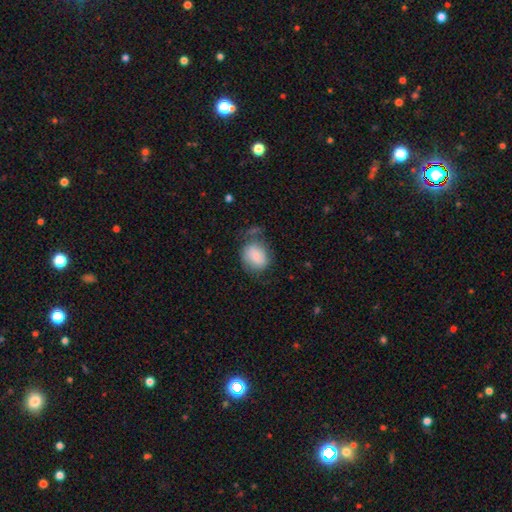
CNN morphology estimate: Smooth or featured? smooth (77%)
How rounded? round (51%)
Merging? none (46%)